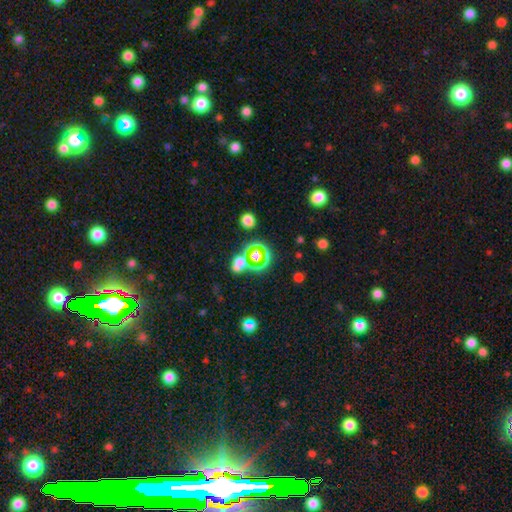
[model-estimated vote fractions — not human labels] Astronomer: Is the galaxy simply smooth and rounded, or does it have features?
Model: star or artifact — 42% (runner-up: smooth, 40%).